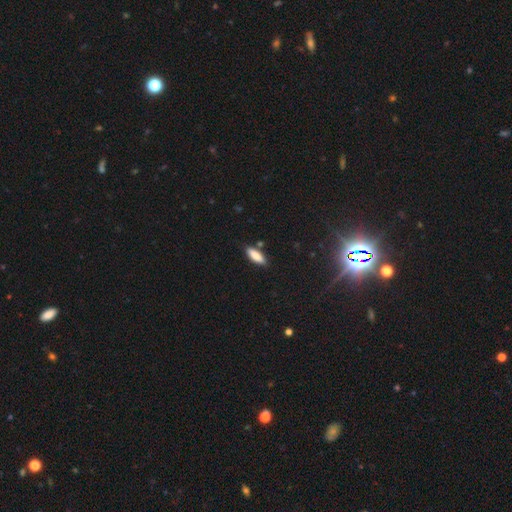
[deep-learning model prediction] smooth 82%, featured or disk 12%, star or artifact 6%. Down the decision tree: how rounded — in between (53%); merging — none (83%).